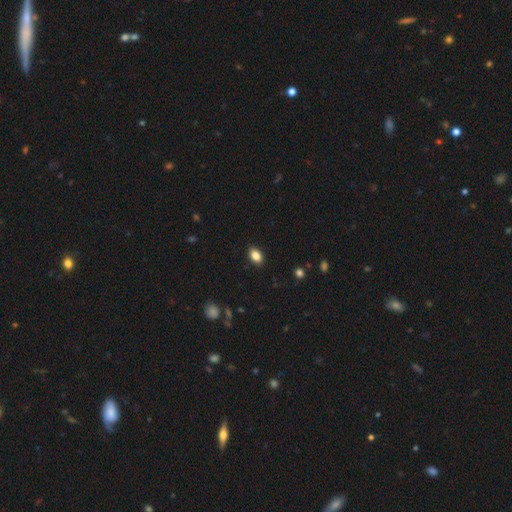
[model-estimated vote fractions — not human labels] Overall: smooth (85%). How rounded: in between (84%). Merging: none (89%).